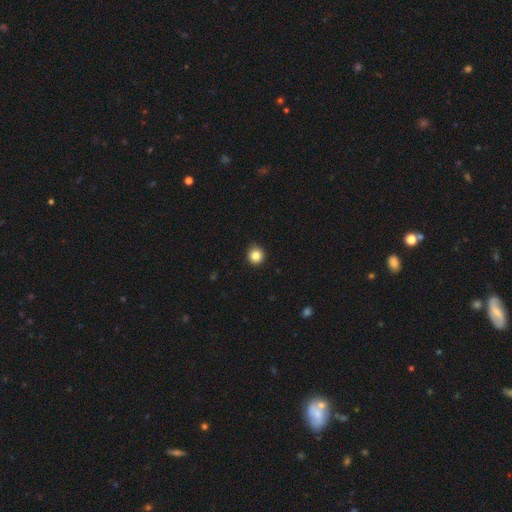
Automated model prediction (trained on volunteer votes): This appears to be a smooth galaxy with no disk features (84%) that is round (92%). Merging: none (91%).